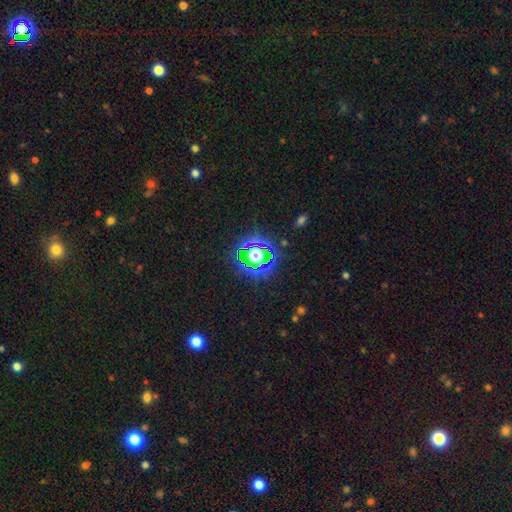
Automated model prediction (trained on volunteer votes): Smooth or featured?
  - star or artifact: 77% *
  - smooth: 15%
  - featured or disk: 8%